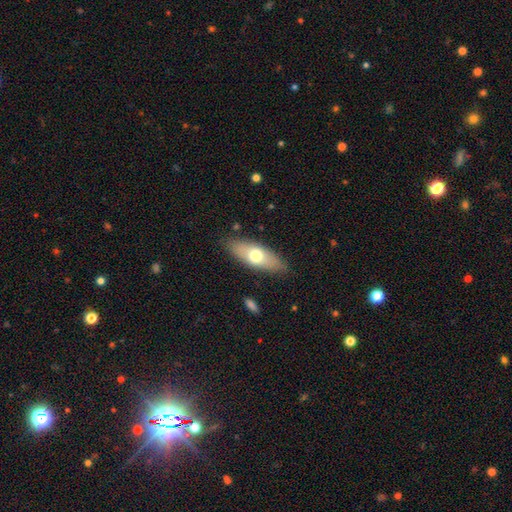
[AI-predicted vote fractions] A smooth galaxy with no disk features (63%) that is in between round and cigar-shaped (68%).

Vote fractions:
- Smooth or featured? smooth: 63% / featured or disk: 31% / star or artifact: 6%
- How rounded? in between: 68% / cigar-shaped: 29% / round: 3%
- Merging? none: 85% / minor disturbance: 11% / major disturbance: 3% / merger: 1%